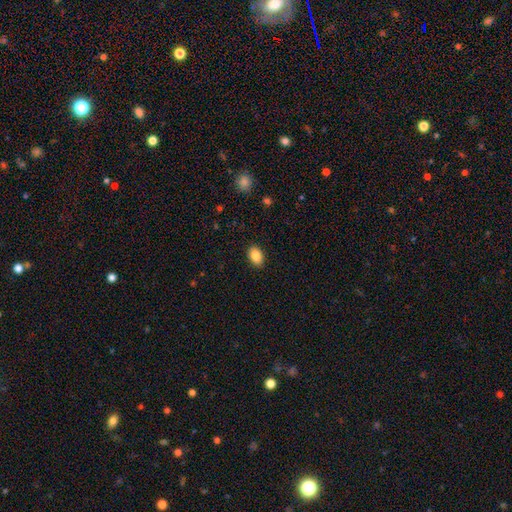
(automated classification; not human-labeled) A smooth galaxy with no disk features (87%) that is in between round and cigar-shaped (85%). Merging: none (89%).